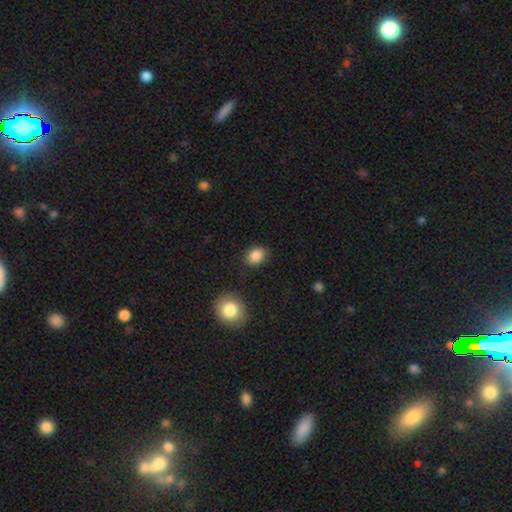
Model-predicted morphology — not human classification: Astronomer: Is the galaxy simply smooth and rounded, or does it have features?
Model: smooth — 87%.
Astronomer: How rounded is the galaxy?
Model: in between — 63%.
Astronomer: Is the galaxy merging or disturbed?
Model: none — 85%.